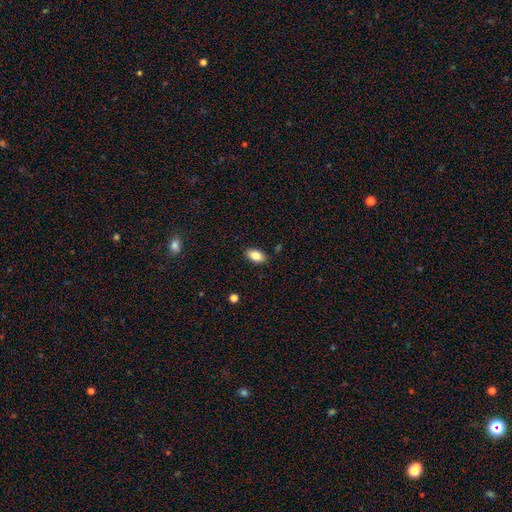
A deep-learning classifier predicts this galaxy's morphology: smooth_or_featured: smooth (p=0.83) [alt: featured or disk p=0.09]
how_rounded: in between (p=0.92) [alt: round p=0.06]
merging: none (p=0.88) [alt: minor disturbance p=0.09]